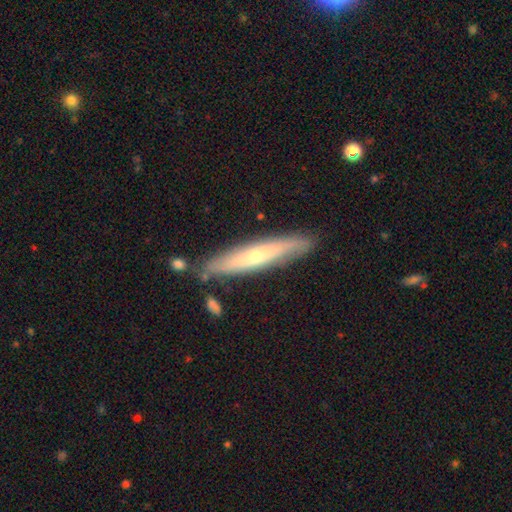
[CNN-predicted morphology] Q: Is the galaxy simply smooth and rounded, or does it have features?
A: featured or disk — 51%.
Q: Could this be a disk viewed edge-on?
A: yes — 79%.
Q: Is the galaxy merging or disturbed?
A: none — 81%.